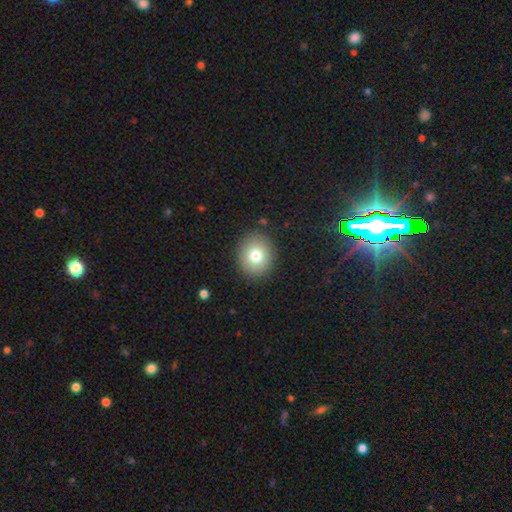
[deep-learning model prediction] The model was most divided on "how rounded": round: 69%, in between: 30%, cigar-shaped: 1%. More confident: merging — none (88%); smooth or featured — smooth (77%).